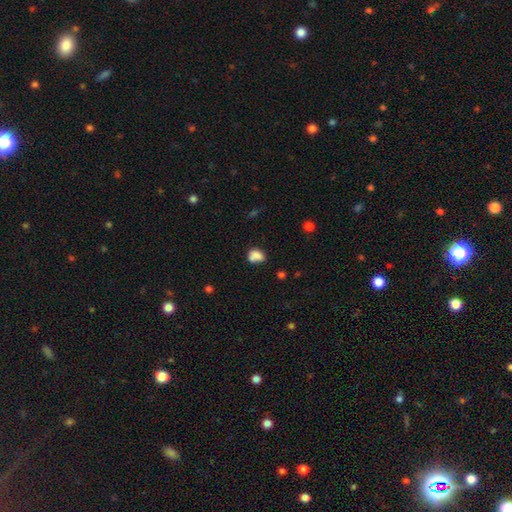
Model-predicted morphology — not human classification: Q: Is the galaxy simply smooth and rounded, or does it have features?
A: smooth — 78%.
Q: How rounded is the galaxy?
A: in between — 63%.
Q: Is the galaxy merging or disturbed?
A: none — 40%.